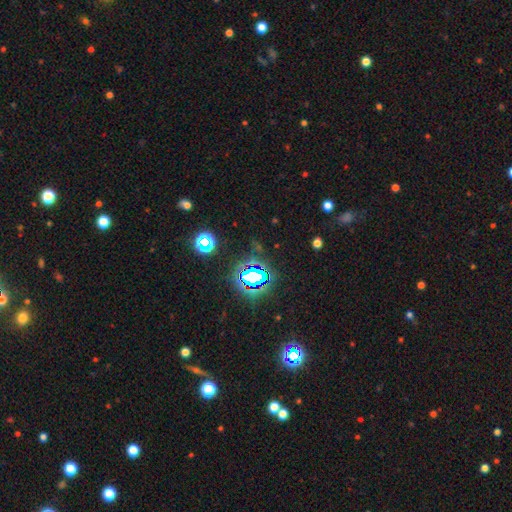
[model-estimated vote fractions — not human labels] Smooth or featured: star or artifact — 79% (smooth — 14%)